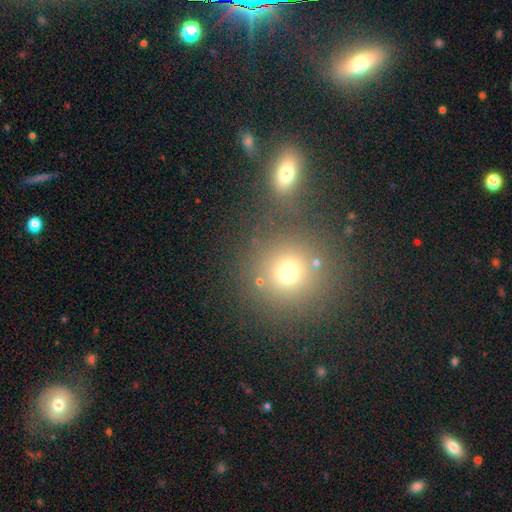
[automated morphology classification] smooth-or-featured: smooth: 56% | star or artifact: 33% | featured or disk: 12%
  how-rounded: round: 90% | in between: 8% | cigar-shaped: 1%
  merging: none: 75% | merger: 14% | minor disturbance: 8% | major disturbance: 4%